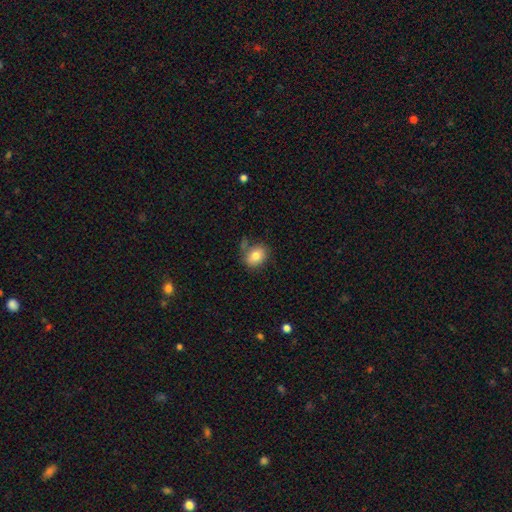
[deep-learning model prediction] The model was most divided on "how rounded": in between: 56%, round: 43%, cigar-shaped: 1%. More confident: smooth or featured — smooth (80%); merging — none (67%).